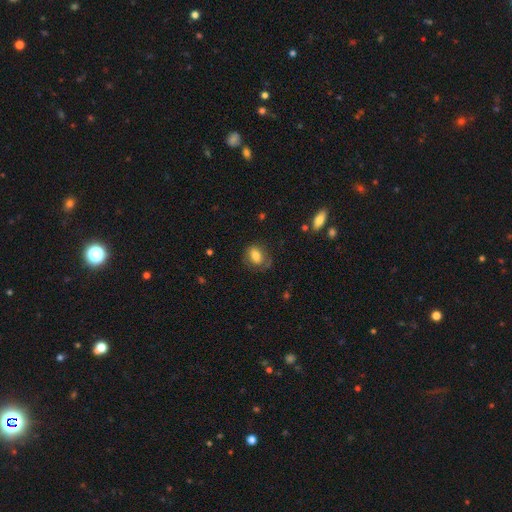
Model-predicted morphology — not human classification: smooth_or_featured: smooth (p=0.70) [alt: featured or disk p=0.21]
how_rounded: in between (p=0.71) [alt: round p=0.27]
merging: none (p=0.63) [alt: minor disturbance p=0.22]